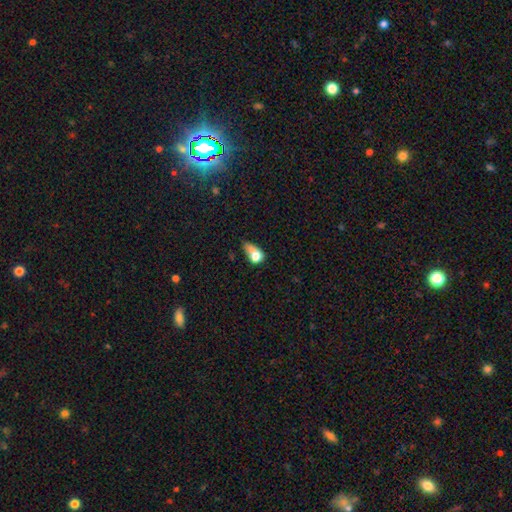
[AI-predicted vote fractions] The model was most divided on "merging": major disturbance: 34%, minor disturbance: 25%, none: 21%, merger: 20%. More confident: smooth or featured — smooth (71%); how rounded — in between (62%).